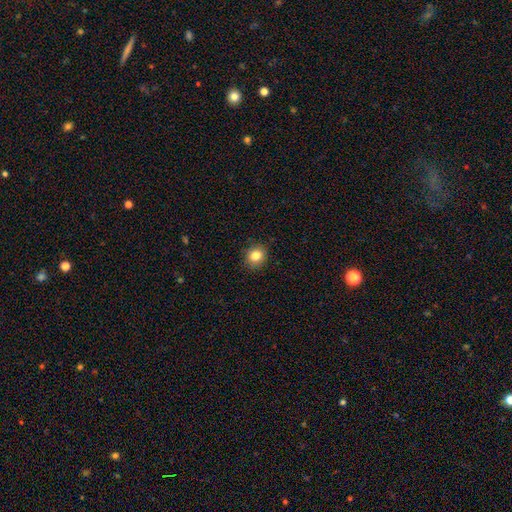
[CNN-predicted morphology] smooth-or-featured: smooth: 83% | star or artifact: 10% | featured or disk: 6%
  how-rounded: round: 72% | in between: 27% | cigar-shaped: 1%
  merging: none: 88% | minor disturbance: 9% | major disturbance: 2% | merger: 1%